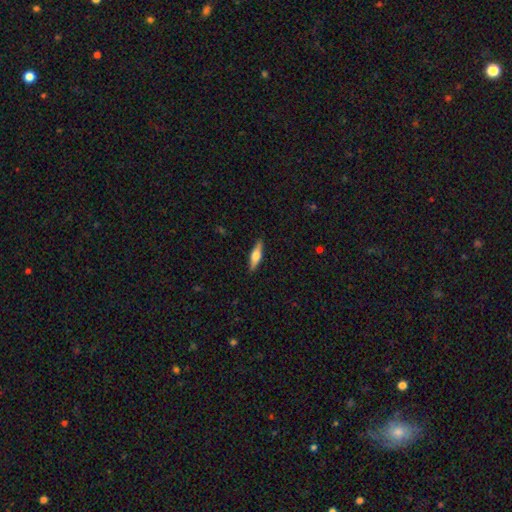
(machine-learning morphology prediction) The model was most divided on "smooth or featured": featured or disk: 53%, smooth: 41%, star or artifact: 6%. More confident: edge-on disk — yes (95%); edge-on bulge — rounded (91%); merging — none (89%).